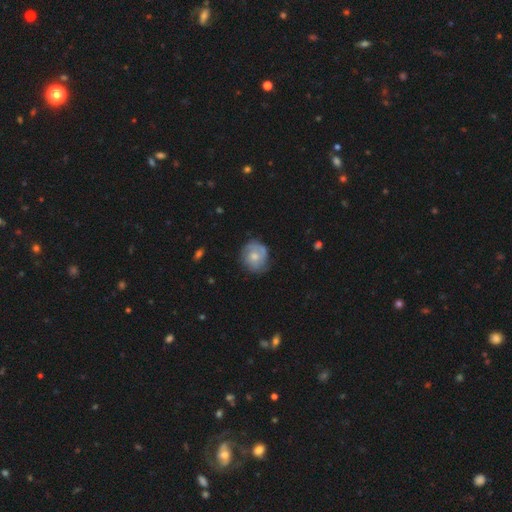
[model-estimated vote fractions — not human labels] This appears to be a smooth galaxy with no disk features (49%). Merging: none (70%).